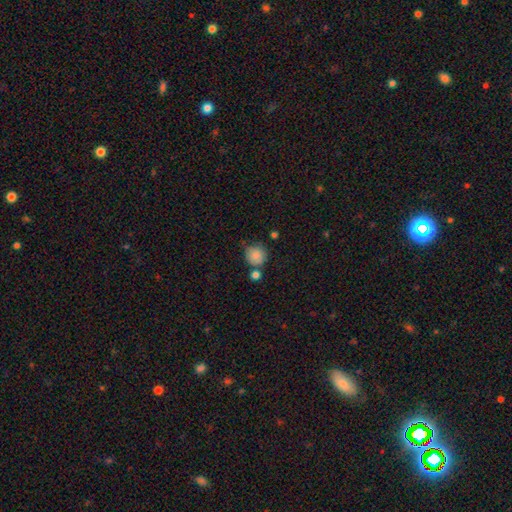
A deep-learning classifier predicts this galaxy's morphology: smooth 85%, star or artifact 9%, featured or disk 6%. Down the decision tree: how rounded — round (89%); merging — none (66%).